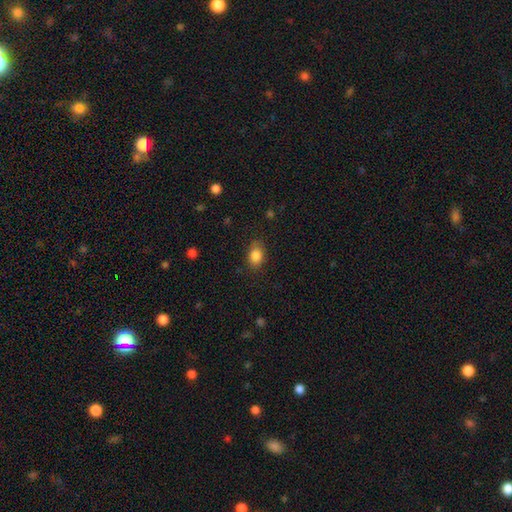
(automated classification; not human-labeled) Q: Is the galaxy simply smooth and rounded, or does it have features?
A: smooth — 85%.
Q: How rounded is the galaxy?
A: in between — 74%.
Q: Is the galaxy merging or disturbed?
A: none — 79%.